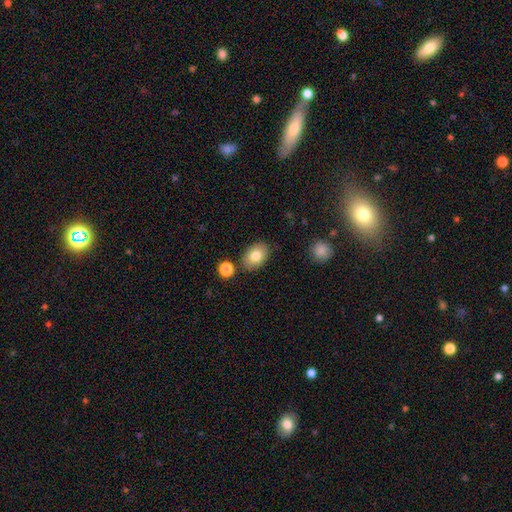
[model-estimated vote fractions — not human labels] Smooth or featured: smooth — 81% (featured or disk — 11%)
How rounded: in between — 83% (round — 16%)
Merging: none — 83% (minor disturbance — 10%)